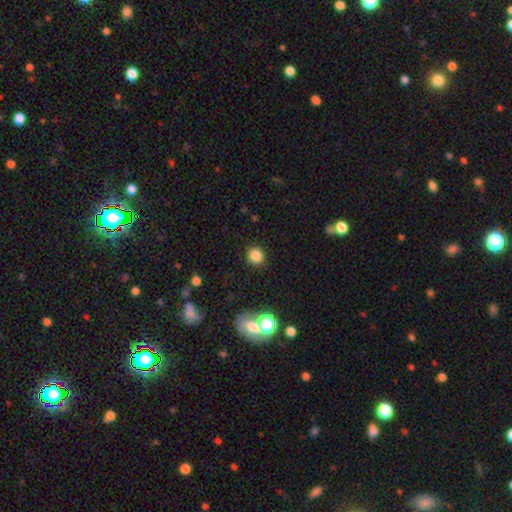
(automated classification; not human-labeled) Smooth or featured: smooth — 83% (star or artifact — 12%)
How rounded: round — 88% (in between — 11%)
Merging: none — 89% (minor disturbance — 6%)